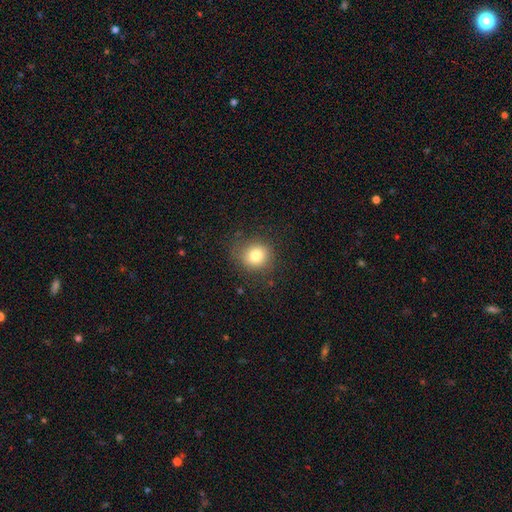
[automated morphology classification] A smooth galaxy with no disk features (79%) that is round (85%). Merging: none (81%).